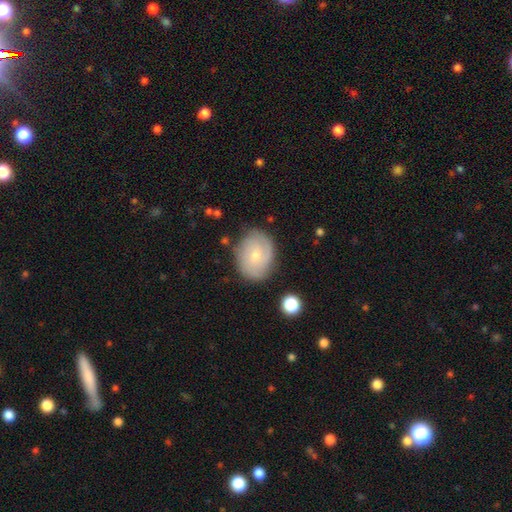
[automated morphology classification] smooth-or-featured: featured or disk: 56% | smooth: 36% | star or artifact: 7%
  disk-edge-on: no: 97% | yes: 3%
    bar: no: 70% | weak: 27% | strong: 4%
    has-spiral-arms: yes: 84% | no: 16%
    bulge-size: small: 65% | moderate: 31% | none: 1% | large: 1% | dominant: 1%
  merging: none: 76% | minor disturbance: 17% | major disturbance: 5% | merger: 2%